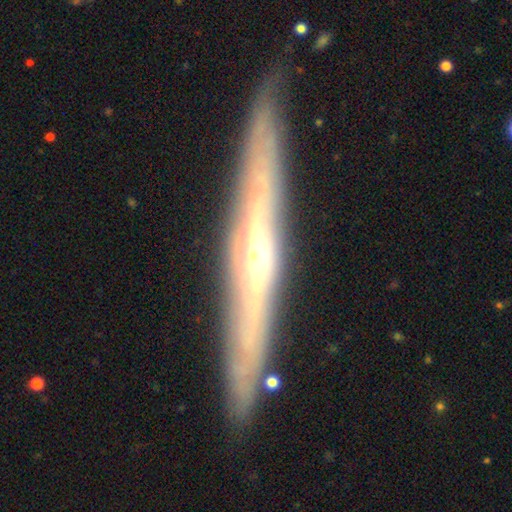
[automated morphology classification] smooth-or-featured: featured or disk: 82% | smooth: 12% | star or artifact: 6%
  disk-edge-on: yes: 91% | no: 9%
    edge-on-bulge: rounded: 74% | none: 22% | boxy: 4%
  merging: none: 87% | minor disturbance: 10% | major disturbance: 2% | merger: 1%